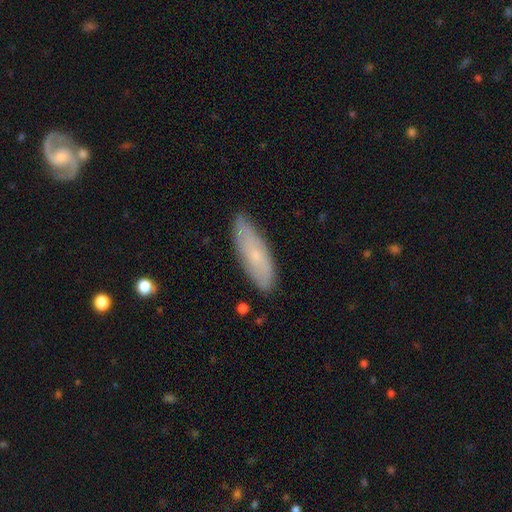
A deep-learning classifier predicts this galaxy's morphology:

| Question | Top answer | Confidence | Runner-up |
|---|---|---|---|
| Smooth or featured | smooth | 56% | featured or disk (37%) |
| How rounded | in between | 53% | cigar-shaped (45%) |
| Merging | none | 82% | minor disturbance (14%) |